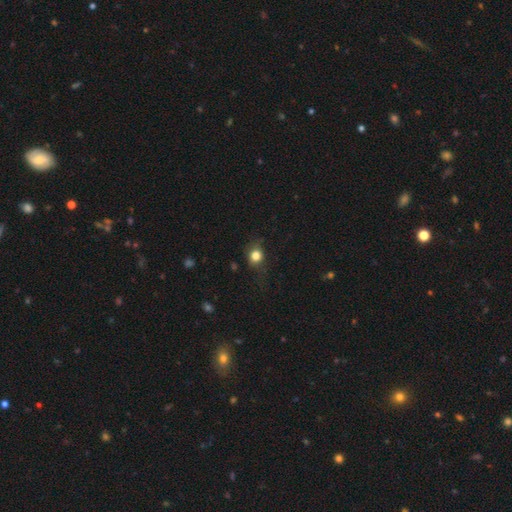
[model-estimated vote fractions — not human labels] smooth_or_featured: smooth (p=0.81) [alt: star or artifact p=0.12]
how_rounded: round (p=0.68) [alt: in between p=0.31]
merging: none (p=0.71) [alt: minor disturbance p=0.20]